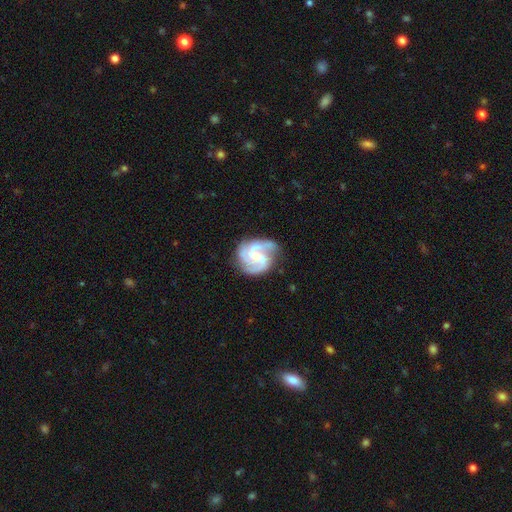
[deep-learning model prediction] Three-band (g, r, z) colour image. It shows a featured or disk galaxy (87%) with a weak bar (45%), 3 (53%) medium (49%) spiral arms (97%) and a small central bulge (50%). Merging: none (68%).